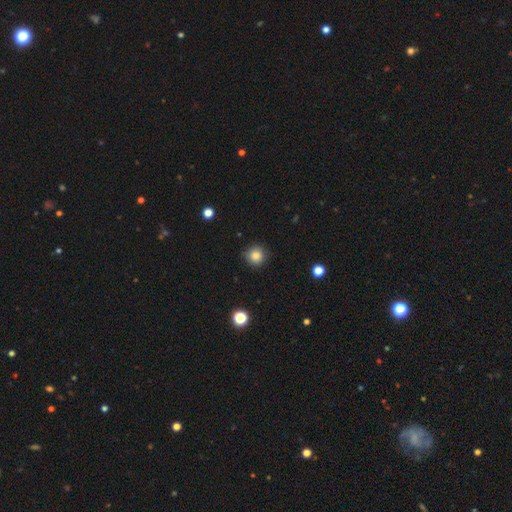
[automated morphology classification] The model was most divided on "smooth or featured": smooth: 83%, star or artifact: 11%, featured or disk: 5%. More confident: how rounded — round (94%); merging — none (88%).